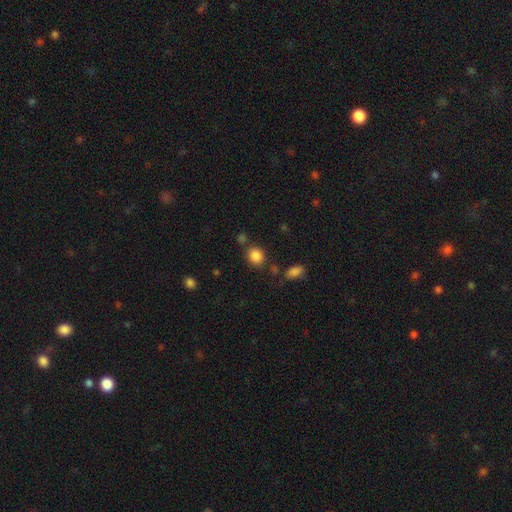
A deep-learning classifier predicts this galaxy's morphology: A smooth galaxy with no disk features (86%) that is round (66%). Merging: none (75%).